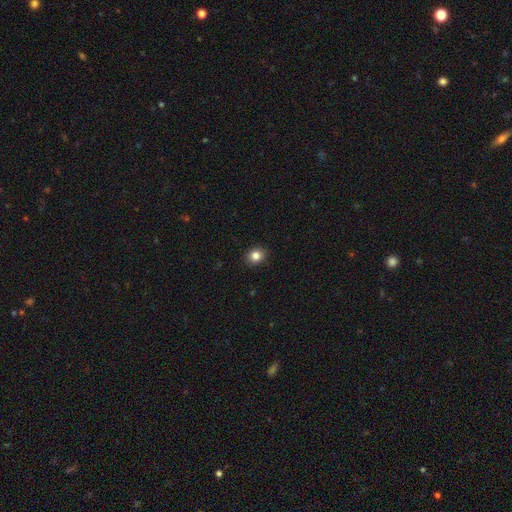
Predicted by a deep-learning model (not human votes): This appears to be a smooth galaxy with no disk features (84%) that is round (62%). Merging: none (90%).